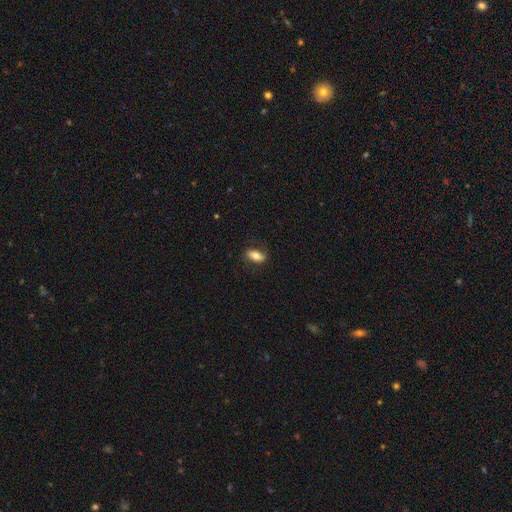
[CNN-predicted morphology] Smooth or featured? Predicted: smooth (p=0.72). How rounded? Predicted: in between (p=0.84). Merging? Predicted: none (p=0.80).